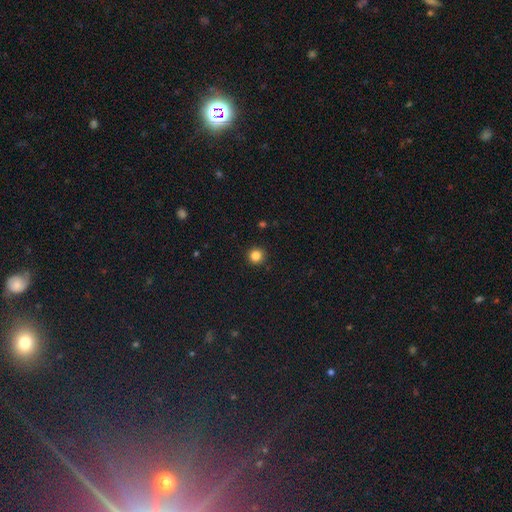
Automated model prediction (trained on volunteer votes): smooth_or_featured: smooth (p=0.84) [alt: star or artifact p=0.12]
how_rounded: round (p=0.94) [alt: in between p=0.05]
merging: none (p=0.92) [alt: minor disturbance p=0.05]